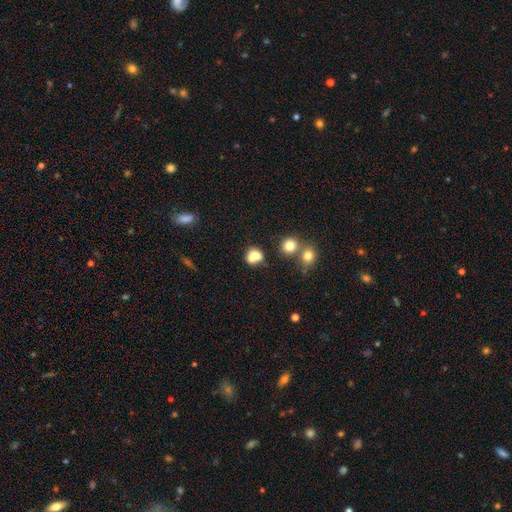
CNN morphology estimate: type=smooth (77%); roundness=round (62%); merging=none (41%).